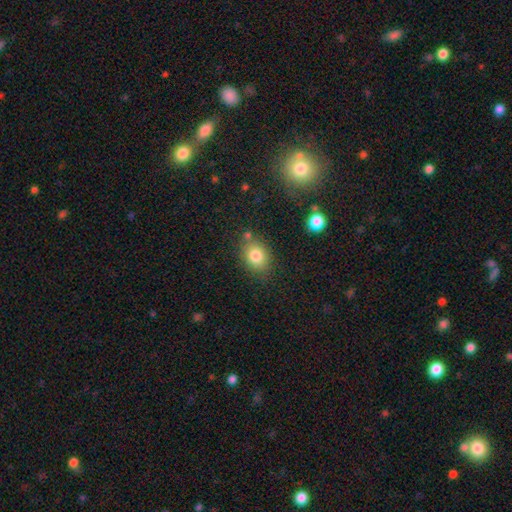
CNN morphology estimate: Overall: smooth (81%). How rounded: in between (63%; round 36%). Merging: none (76%).